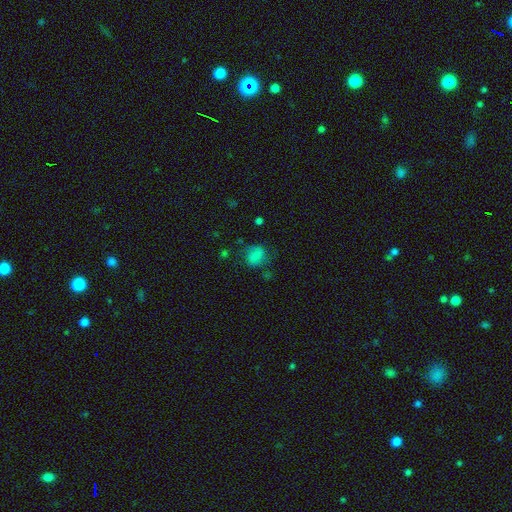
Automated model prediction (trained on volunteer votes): This appears to be a smooth galaxy with no disk features (69%) that is round (54%). Merging: none (61%).